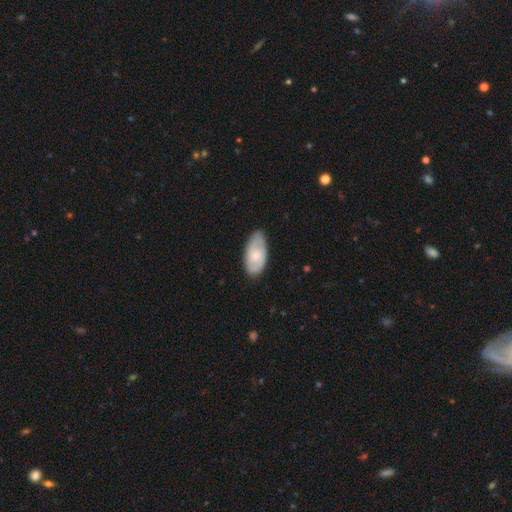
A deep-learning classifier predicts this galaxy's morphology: The model was most divided on "smooth or featured": smooth: 57%, featured or disk: 37%, star or artifact: 6%. More confident: how rounded — in between (93%); merging — none (75%).